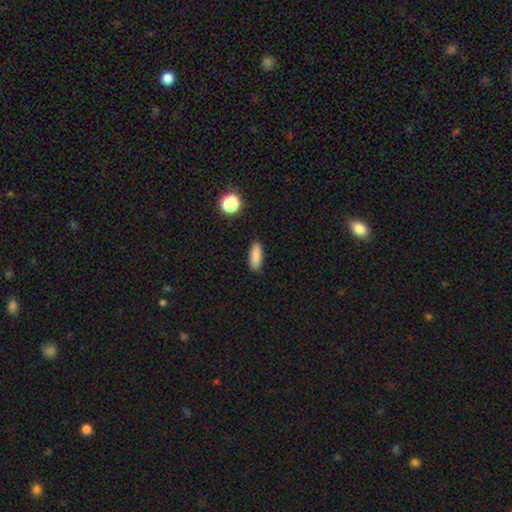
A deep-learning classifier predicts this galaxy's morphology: The model was most divided on "how rounded": in between: 68%, cigar-shaped: 29%, round: 3%. More confident: merging — none (89%); smooth or featured — smooth (87%).